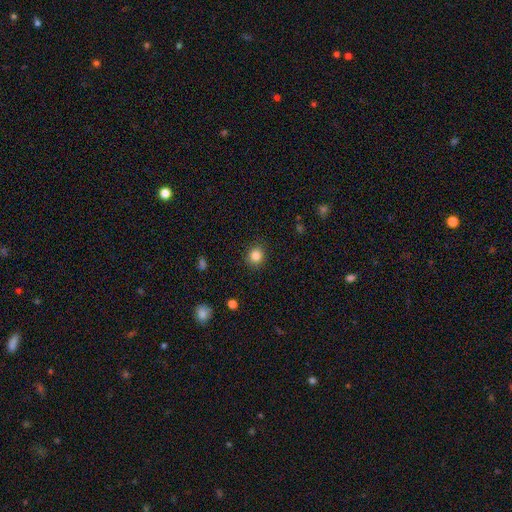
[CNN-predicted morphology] Q: Smooth or featured?
A: smooth (85%); runner-up: star or artifact (11%)
Q: How rounded?
A: round (83%); runner-up: in between (16%)
Q: Merging?
A: none (89%); runner-up: minor disturbance (7%)